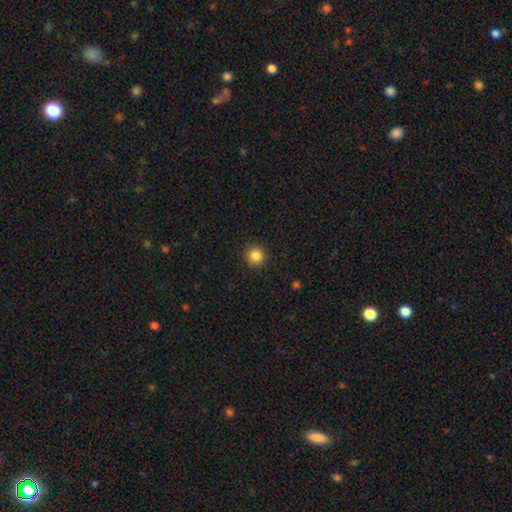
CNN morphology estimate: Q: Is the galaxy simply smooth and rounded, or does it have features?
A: smooth — 85%.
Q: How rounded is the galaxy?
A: round — 94%.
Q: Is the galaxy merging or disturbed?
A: none — 92%.